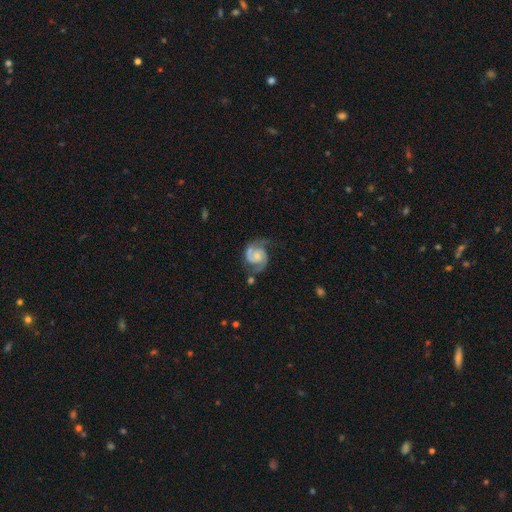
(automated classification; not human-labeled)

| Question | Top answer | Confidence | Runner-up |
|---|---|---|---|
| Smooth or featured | featured or disk | 89% | smooth (6%) |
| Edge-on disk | no | 98% | yes (2%) |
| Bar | no | 63% | weak (31%) |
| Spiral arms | yes | 98% | no (2%) |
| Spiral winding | medium | 54% | tight (31%) |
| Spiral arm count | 2 | 92% | can't tell (2%) |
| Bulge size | small | 43% | moderate (38%) |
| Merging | none | 64% | minor disturbance (21%) |